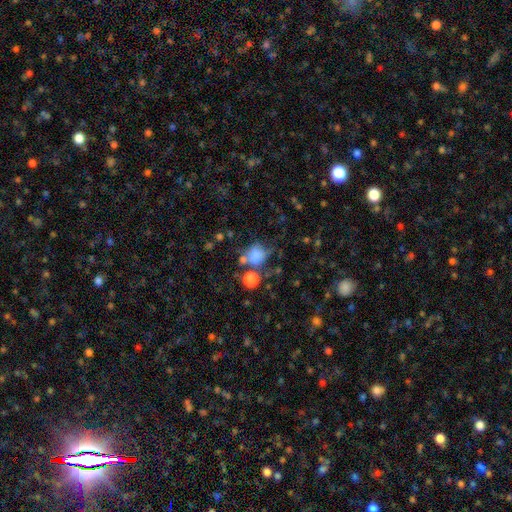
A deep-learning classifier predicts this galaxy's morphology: Q: Smooth or featured?
A: smooth (73%); runner-up: star or artifact (14%)
Q: How rounded?
A: round (67%); runner-up: in between (32%)
Q: Merging?
A: none (42%); runner-up: merger (24%)